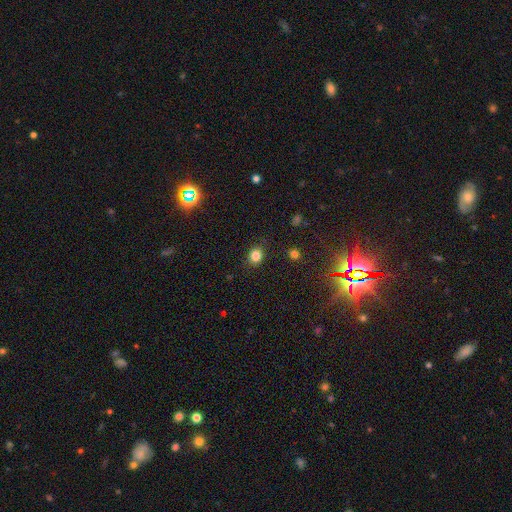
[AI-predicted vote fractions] smooth 83%, star or artifact 12%, featured or disk 5%. Down the decision tree: how rounded — round (65%); merging — none (85%).